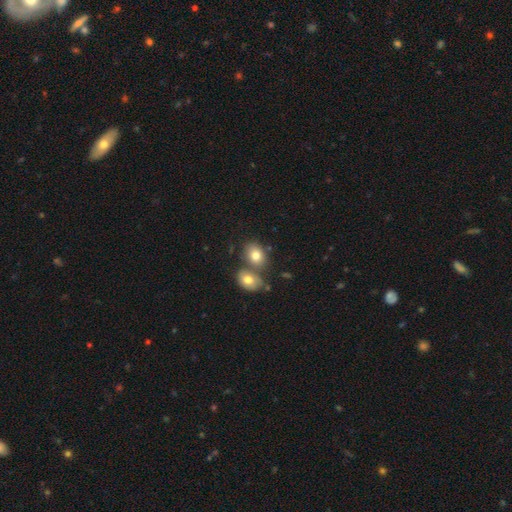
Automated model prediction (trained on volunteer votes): A smooth galaxy with no disk features (77%) that is in between round and cigar-shaped (68%).

Vote fractions:
- Smooth or featured? smooth: 77% / featured or disk: 13% / star or artifact: 9%
- How rounded? in between: 68% / round: 31% / cigar-shaped: 1%
- Merging? merger: 43% (tied) / none: 43% (tied) / minor disturbance: 10% / major disturbance: 3%